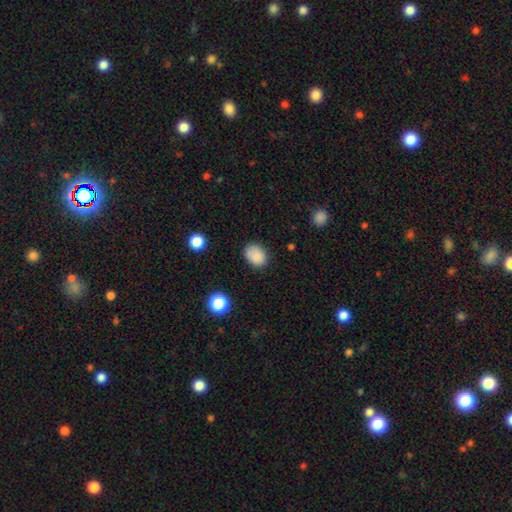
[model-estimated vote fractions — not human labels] smooth 86%, star or artifact 10%, featured or disk 4%. Down the decision tree: how rounded — in between (63%); merging — none (79%).